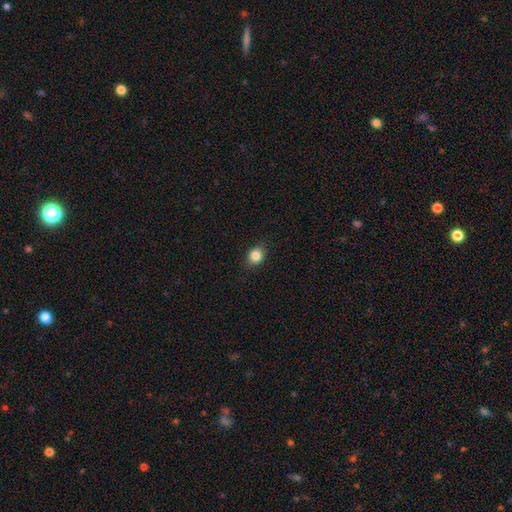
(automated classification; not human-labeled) The model was most divided on "how rounded": round: 59%, in between: 40%, cigar-shaped: 1%. More confident: merging — none (87%); smooth or featured — smooth (84%).